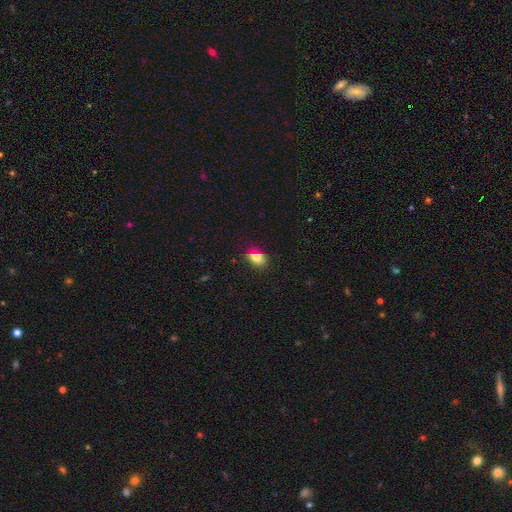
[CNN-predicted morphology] smooth-or-featured: smooth: 83% | star or artifact: 11% | featured or disk: 6%
  how-rounded: in between: 77% | round: 22% | cigar-shaped: 2%
  merging: none: 76% | minor disturbance: 17% | major disturbance: 4% | merger: 3%